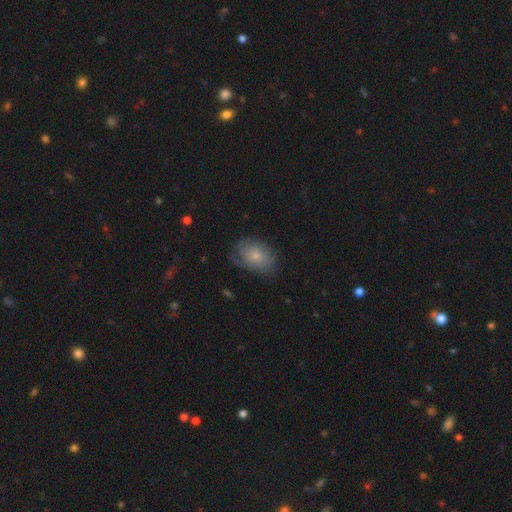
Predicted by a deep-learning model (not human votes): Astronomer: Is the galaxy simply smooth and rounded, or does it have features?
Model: smooth — 72%.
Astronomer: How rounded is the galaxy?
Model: in between — 79%.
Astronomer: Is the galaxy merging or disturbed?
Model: none — 66%.